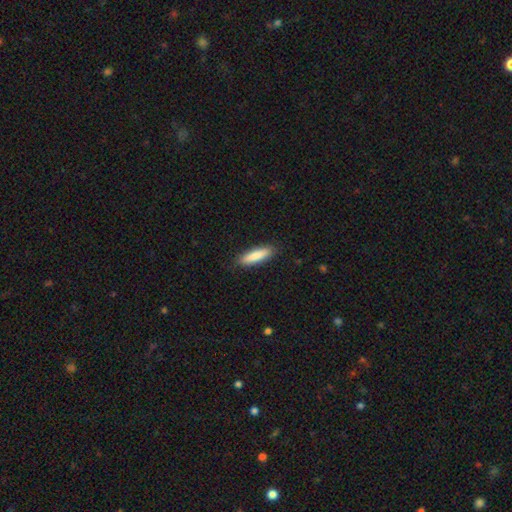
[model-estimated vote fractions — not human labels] Smooth or featured?
  - smooth: 83% *
  - featured or disk: 11%
  - star or artifact: 5%
How rounded?
  - cigar-shaped: 71% *
  - in between: 28%
  - round: 1%
Merging?
  - none: 89% *
  - minor disturbance: 8%
  - major disturbance: 2%
  - merger: 1%